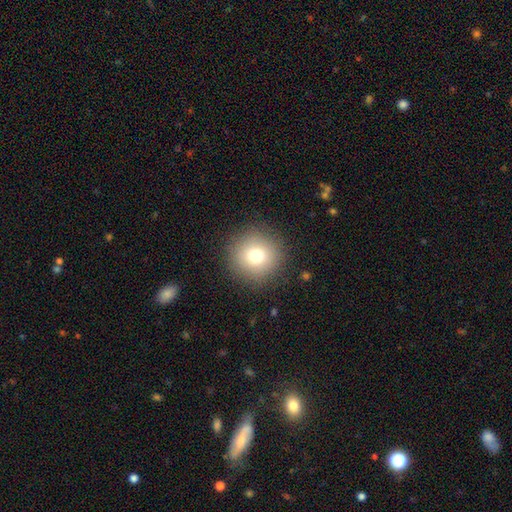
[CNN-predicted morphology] Smooth or featured? smooth (76%)
How rounded? round (95%)
Merging? none (90%)